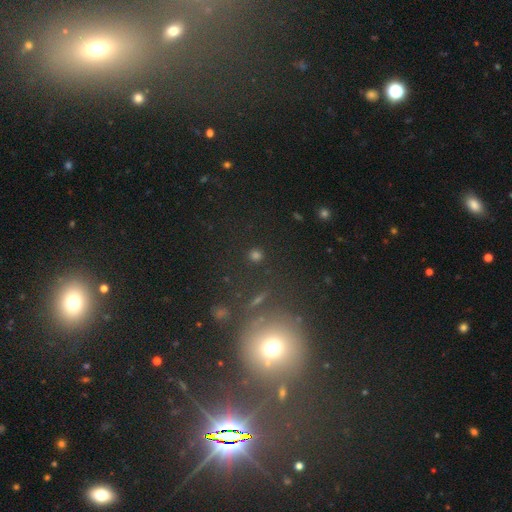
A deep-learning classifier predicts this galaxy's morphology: Smooth or featured? smooth (51%)
How rounded? round (87%)
Merging? none (82%)